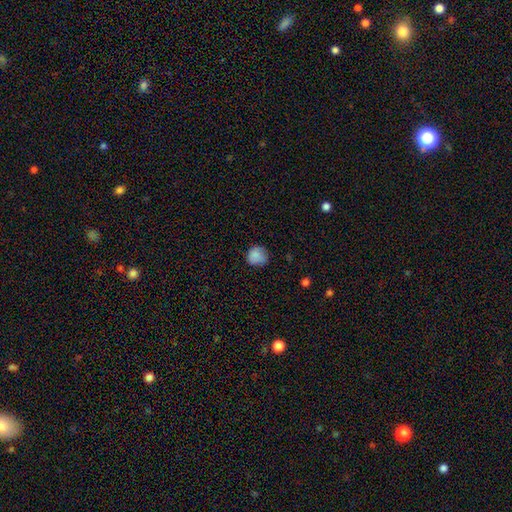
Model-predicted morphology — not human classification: Smooth or featured?
  - smooth: 86% *
  - star or artifact: 9%
  - featured or disk: 5%
How rounded?
  - round: 86% *
  - in between: 13%
  - cigar-shaped: 1%
Merging?
  - none: 74% *
  - minor disturbance: 20%
  - major disturbance: 4%
  - merger: 1%